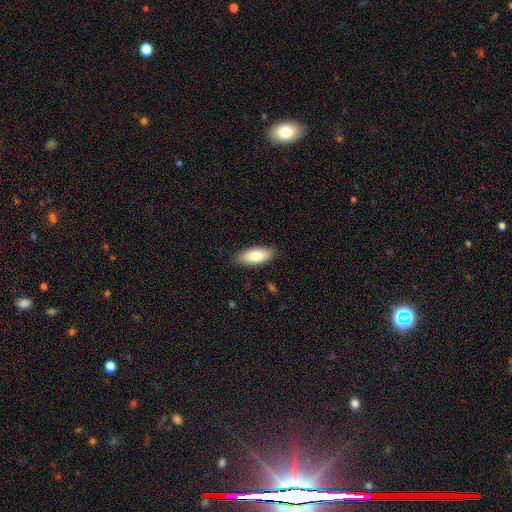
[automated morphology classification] This appears to be a smooth galaxy with no disk features (80%) that is in between round and cigar-shaped (84%). Merging: none (86%).